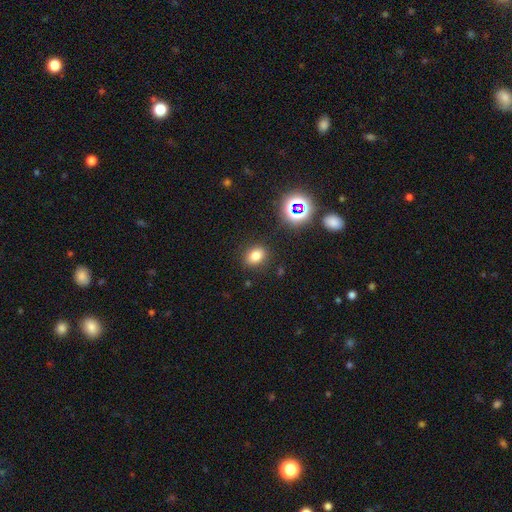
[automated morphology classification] This is likely a smooth galaxy (77%). How rounded: likely in between (63%). Merging: clearly none (86%).